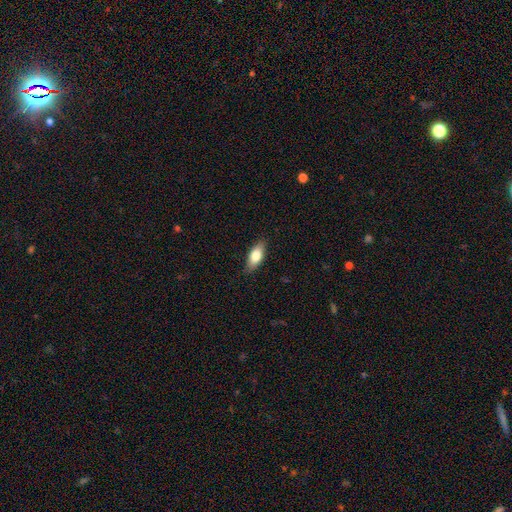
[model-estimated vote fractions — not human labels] Q: Smooth or featured?
A: smooth (78%); runner-up: featured or disk (16%)
Q: How rounded?
A: in between (82%); runner-up: cigar-shaped (15%)
Q: Merging?
A: none (85%); runner-up: minor disturbance (12%)